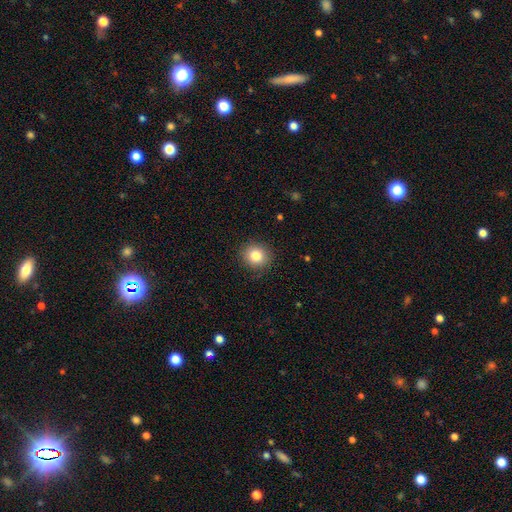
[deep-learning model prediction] Morphology: type=smooth (82%); roundness=round (87%); merging=none (90%).